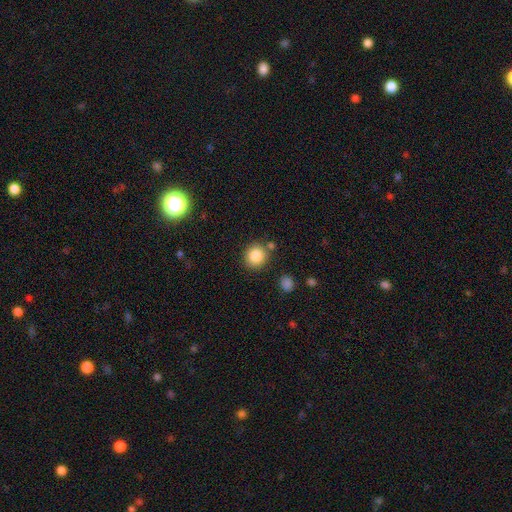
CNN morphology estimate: smooth 85%, star or artifact 10%, featured or disk 5%. Down the decision tree: how rounded — round (88%); merging — none (80%).